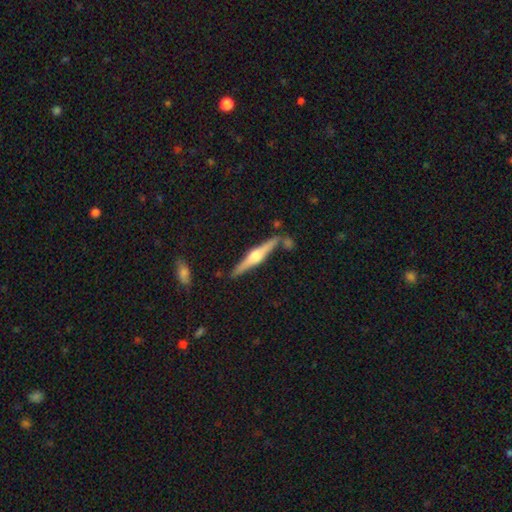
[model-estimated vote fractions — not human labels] This is likely a featured or disk galaxy (80%). It is clearly viewed edge-on (98%). Edge-on bulge: clearly rounded (92%). Merging: clearly none (85%).